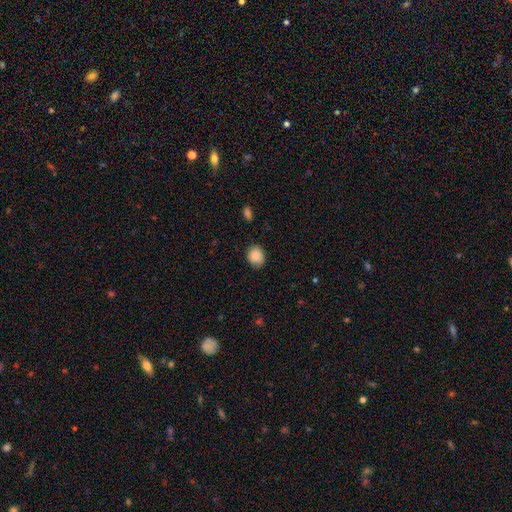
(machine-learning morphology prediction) Smooth or featured?
  - smooth: 88% *
  - star or artifact: 8%
  - featured or disk: 4%
How rounded?
  - round: 66% *
  - in between: 34%
  - cigar-shaped: 1%
Merging?
  - none: 84% *
  - minor disturbance: 12%
  - major disturbance: 3%
  - merger: 1%